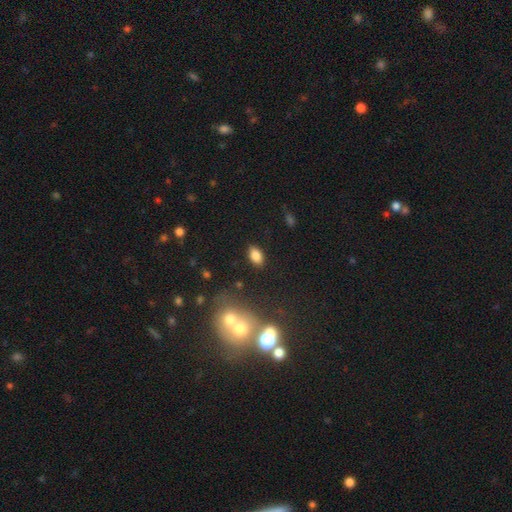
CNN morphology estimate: smooth 82%, star or artifact 10%, featured or disk 8%. Down the decision tree: how rounded — in between (91%); merging — none (85%).